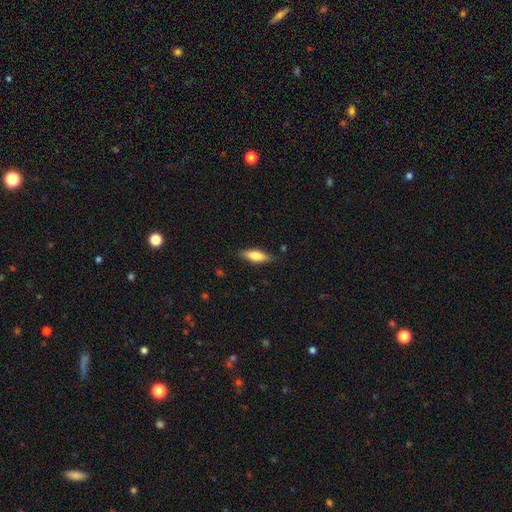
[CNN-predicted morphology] Smooth or featured?
  - smooth: 75% *
  - featured or disk: 18%
  - star or artifact: 6%
How rounded?
  - in between: 61% *
  - cigar-shaped: 37%
  - round: 2%
Merging?
  - none: 82% *
  - minor disturbance: 14%
  - major disturbance: 3%
  - merger: 1%